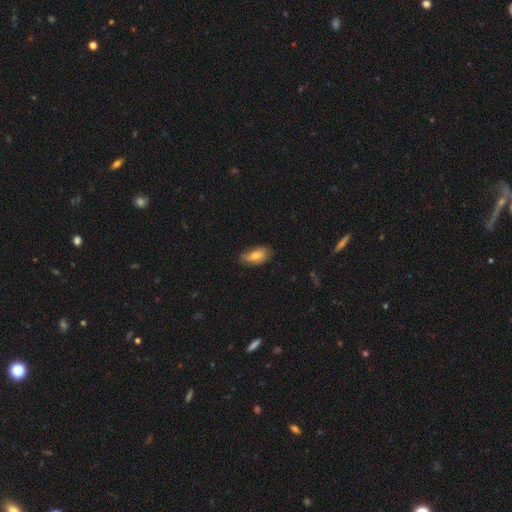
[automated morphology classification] A smooth galaxy with no disk features (70%) that is in between round and cigar-shaped (89%).

Vote fractions:
- Smooth or featured? smooth: 70% / featured or disk: 23% / star or artifact: 7%
- How rounded? in between: 89% / cigar-shaped: 6% / round: 5%
- Merging? none: 62% / minor disturbance: 31% / major disturbance: 6% / merger: 1%